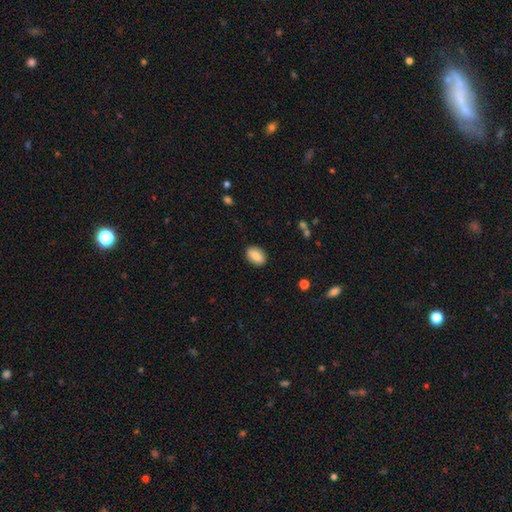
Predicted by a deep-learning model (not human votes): smooth 83%, featured or disk 9%, star or artifact 7%. Down the decision tree: how rounded — in between (89%); merging — none (88%).